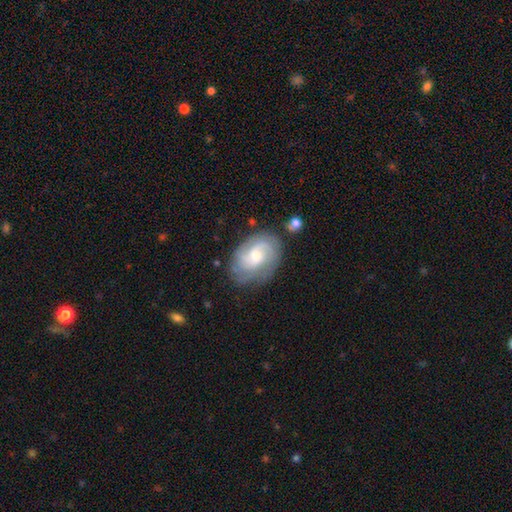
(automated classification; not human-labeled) Smooth or featured? featured or disk (71%)
Edge-on disk? no (97%)
Bar? no (54%)
Spiral arms? yes (90%)
Spiral winding? tight (46%)
Spiral arm count? 2 (35%)
Bulge size? moderate (60%)
Merging? none (70%)